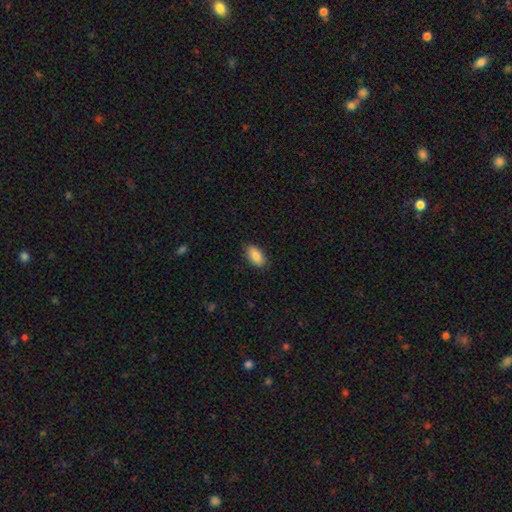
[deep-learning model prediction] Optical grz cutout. It shows a smooth galaxy with no disk features (88%) that is in between round and cigar-shaped (93%). Merging: none (85%).